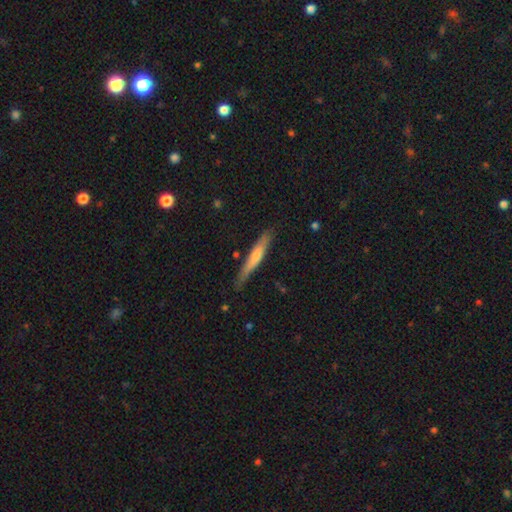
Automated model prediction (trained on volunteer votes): Smooth or featured?
  - featured or disk: 52% *
  - smooth: 42%
  - star or artifact: 6%
Edge-on disk?
  - yes: 94% *
  - no: 6%
Merging?
  - none: 82% *
  - minor disturbance: 14%
  - major disturbance: 2%
  - merger: 2%